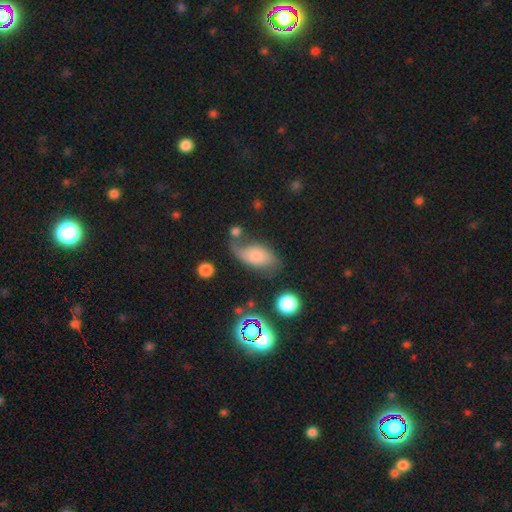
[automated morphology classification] The model was most divided on "smooth or featured": smooth: 48%, featured or disk: 36%, star or artifact: 15%. Remaining: merging — none (43%).